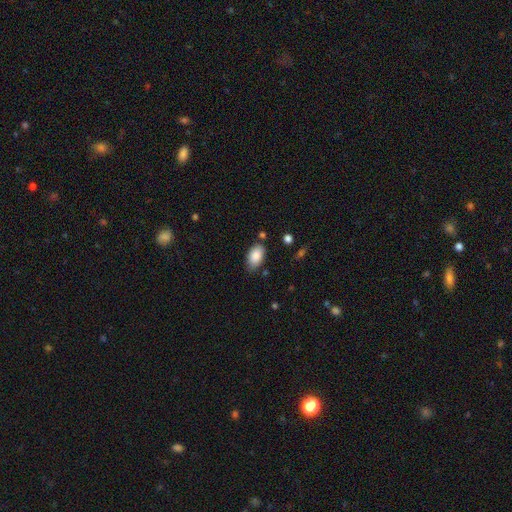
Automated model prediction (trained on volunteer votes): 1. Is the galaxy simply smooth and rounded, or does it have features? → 88% smooth, 7% star or artifact, 6% featured or disk.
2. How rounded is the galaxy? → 94% in between, 5% round, 2% cigar-shaped.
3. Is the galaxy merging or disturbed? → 77% none, 16% minor disturbance, 3% merger, 3% major disturbance.